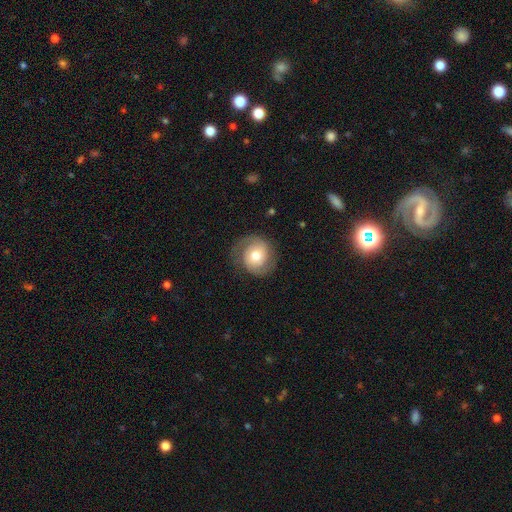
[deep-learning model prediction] A featured or disk galaxy (68%) with no bar (69%), 2 (85%) tight (43%) spiral arms (90%) and a moderate central bulge (71%).

Vote fractions:
- Smooth or featured? featured or disk: 68% / smooth: 25% / star or artifact: 7%
- Edge-on disk? no: 98% / yes: 2%
- Bar? no: 69% / weak: 25% / strong: 6%
- Spiral arms? yes: 90% / no: 10%
- Spiral winding? tight: 43% / medium: 41% / loose: 16%
- Spiral arm count? 2: 85% / can't tell: 6% / 1: 5% / 3: 1% / 4: 1% / more than 4: 1%
- Bulge size? moderate: 71% / large: 14% / small: 12% / dominant: 2% / none: 1%
- Merging? none: 75% / minor disturbance: 15% / major disturbance: 9% / merger: 1%